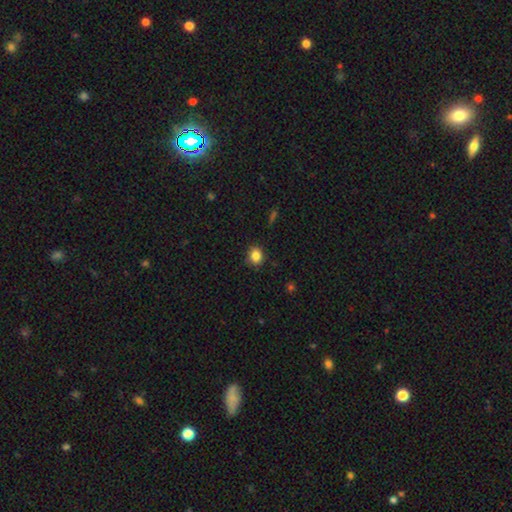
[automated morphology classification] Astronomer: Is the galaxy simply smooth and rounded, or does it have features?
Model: smooth — 85%.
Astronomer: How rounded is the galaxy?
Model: round — 63%.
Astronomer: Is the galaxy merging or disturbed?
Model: none — 86%.